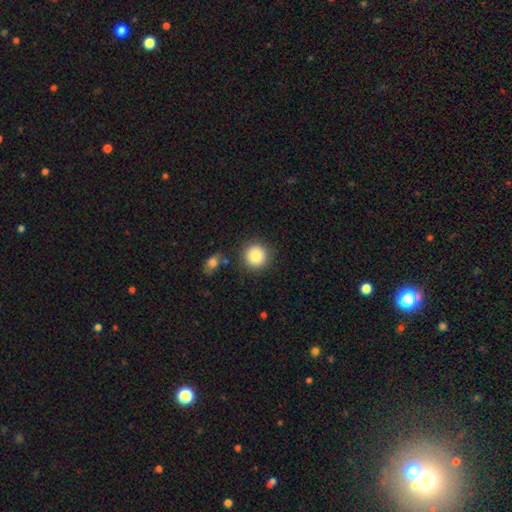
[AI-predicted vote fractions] This is clearly a smooth galaxy (86%). How rounded: clearly round (93%). Merging: clearly none (86%).